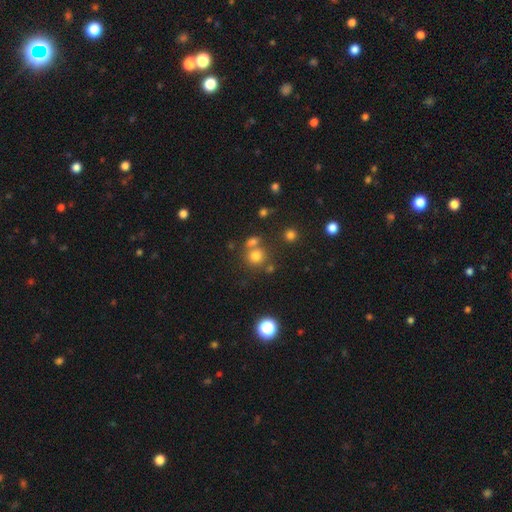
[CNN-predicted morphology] Smooth or featured? Predicted: smooth (p=0.74). How rounded? Predicted: round (p=0.84). Merging? Predicted: none (p=0.60).